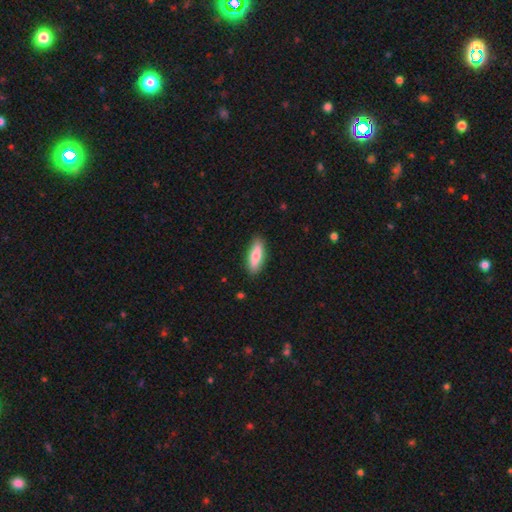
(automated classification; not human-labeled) Morphology: type=smooth (75%); roundness=in between (59%); merging=none (87%).